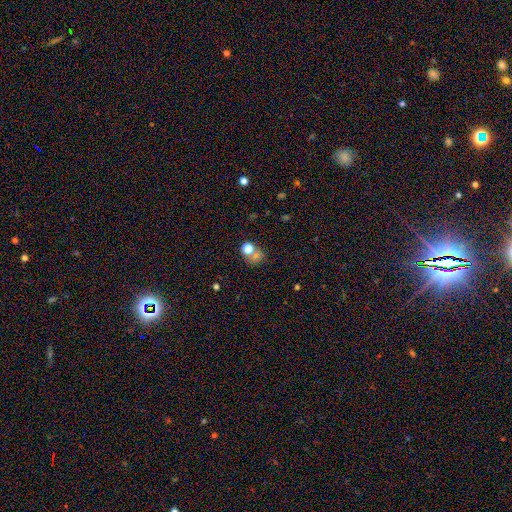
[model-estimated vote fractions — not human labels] A smooth galaxy with no disk features (62%) that is round (74%).

Vote fractions:
- Smooth or featured? smooth: 62% / star or artifact: 24% / featured or disk: 13%
- How rounded? round: 74% / in between: 25% / cigar-shaped: 1%
- Merging? none: 55% / merger: 27% / minor disturbance: 11% / major disturbance: 7%